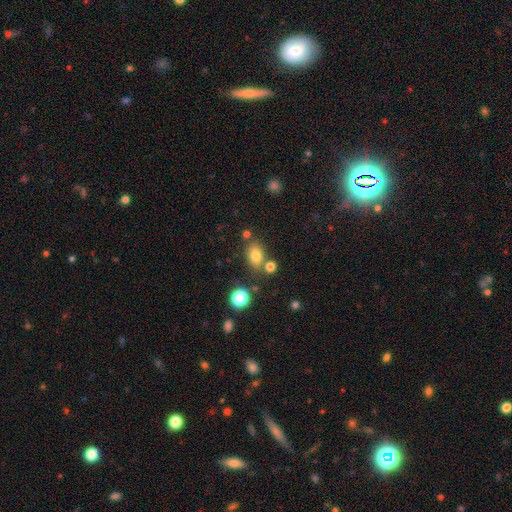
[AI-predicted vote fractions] Smooth or featured? Predicted: smooth (p=0.78). How rounded? Predicted: in between (p=0.77). Merging? Predicted: none (p=0.71).